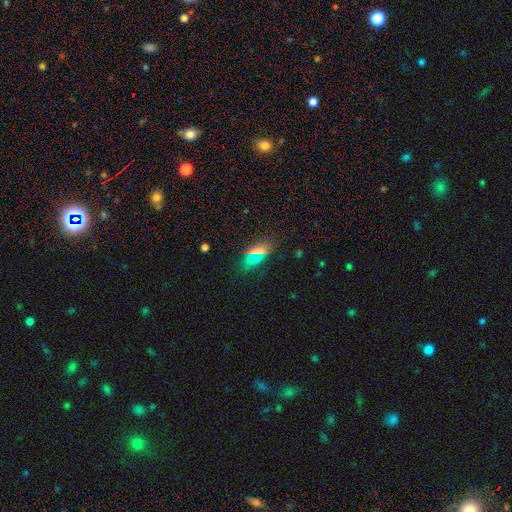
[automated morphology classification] This appears to be a smooth galaxy with no disk features (64%) that is in between round and cigar-shaped (78%). Merging: none (82%).